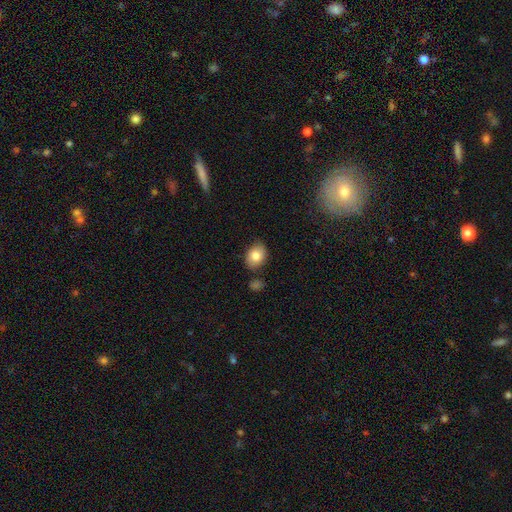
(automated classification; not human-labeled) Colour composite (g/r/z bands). It shows a smooth galaxy with no disk features (81%) that is in between round and cigar-shaped (71%). Merging: none (79%).